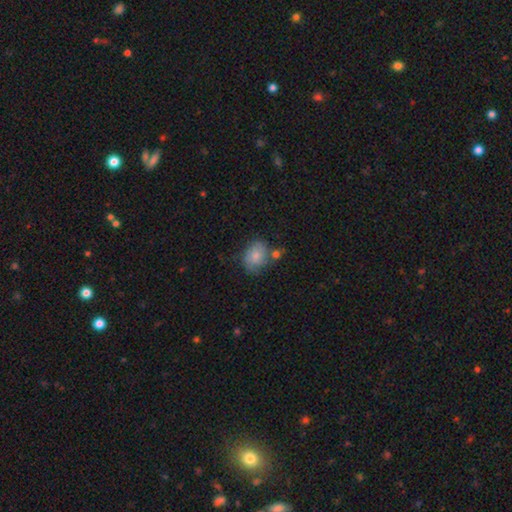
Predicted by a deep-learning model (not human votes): Q: Smooth or featured?
A: smooth (74%); runner-up: featured or disk (18%)
Q: How rounded?
A: in between (51%); runner-up: round (48%)
Q: Merging?
A: none (58%); runner-up: minor disturbance (22%)